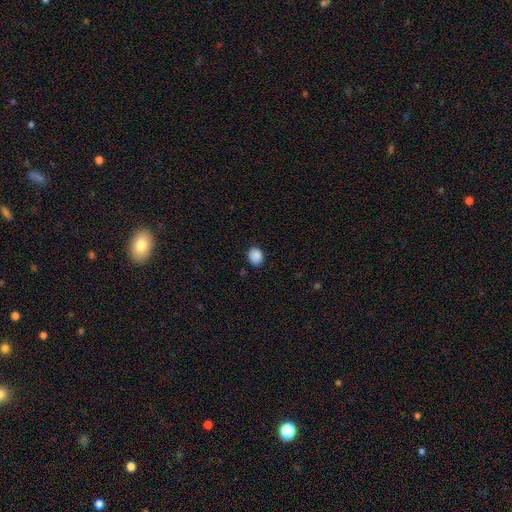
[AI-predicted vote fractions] The model was most divided on "how rounded": round: 59%, in between: 40%, cigar-shaped: 1%. More confident: smooth or featured — smooth (89%); merging — none (87%).